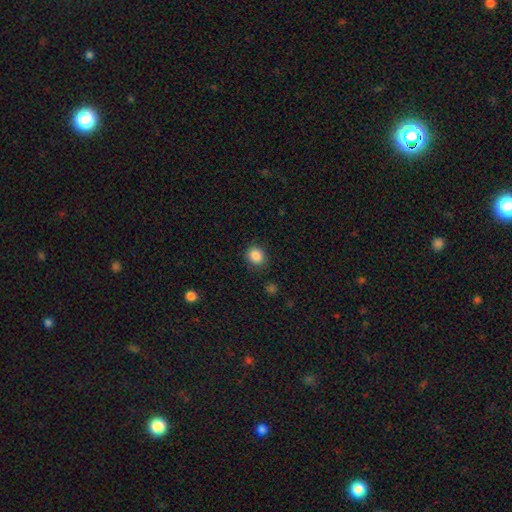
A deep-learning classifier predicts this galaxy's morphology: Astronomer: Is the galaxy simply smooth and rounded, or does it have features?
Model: smooth — 86%.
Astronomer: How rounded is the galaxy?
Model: round — 77%.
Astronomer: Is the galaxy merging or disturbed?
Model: none — 86%.